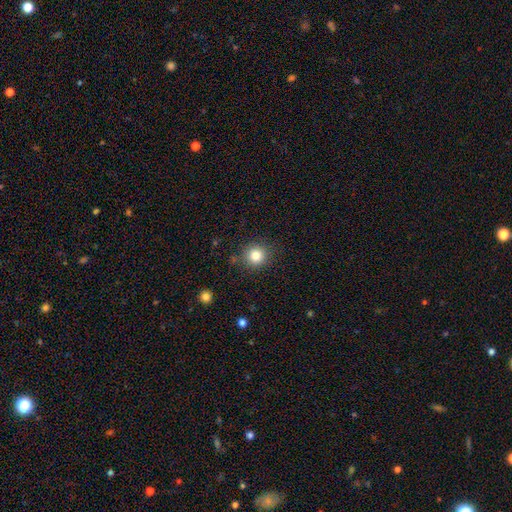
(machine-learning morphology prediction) smooth-or-featured: smooth: 82% | star or artifact: 12% | featured or disk: 7%
  how-rounded: round: 90% | in between: 9% | cigar-shaped: 1%
  merging: none: 86% | minor disturbance: 9% | major disturbance: 3% | merger: 2%